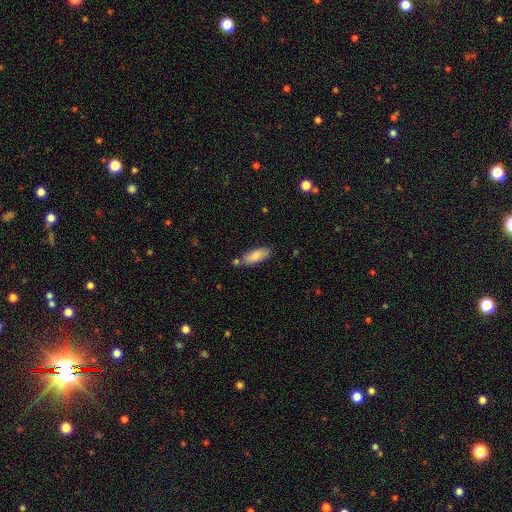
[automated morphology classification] This is clearly a smooth galaxy (81%). How rounded: likely in between (72%). Merging: likely none (72%).